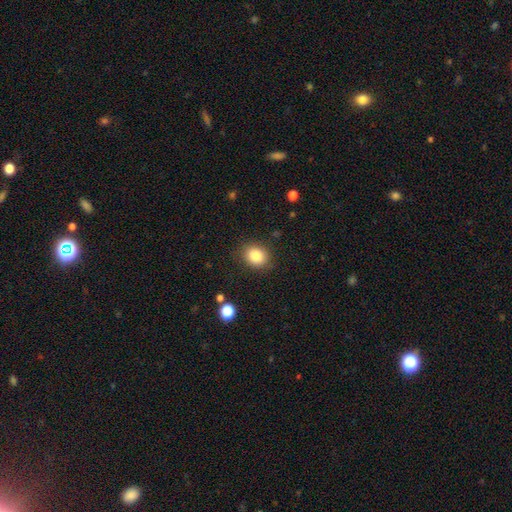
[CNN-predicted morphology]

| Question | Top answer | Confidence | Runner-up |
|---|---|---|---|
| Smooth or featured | smooth | 86% | star or artifact (9%) |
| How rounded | round | 54% | in between (45%) |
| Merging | none | 84% | minor disturbance (11%) |